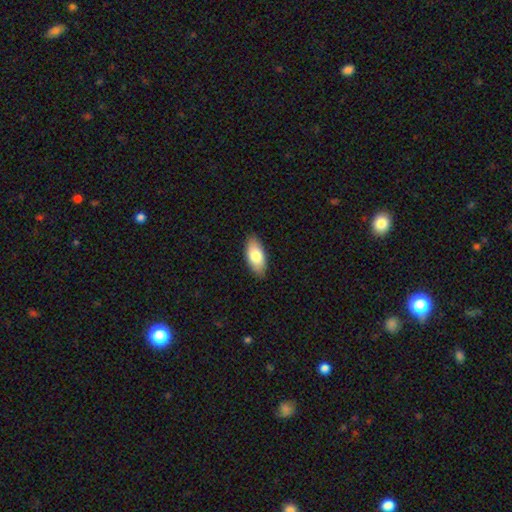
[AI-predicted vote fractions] Overall: smooth (80%). How rounded: in between (91%). Merging: none (87%).